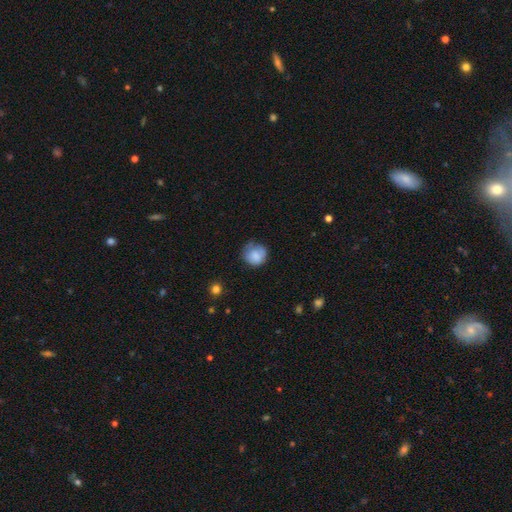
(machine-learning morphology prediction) This is clearly a smooth galaxy (80%). How rounded: clearly round (86%). Merging: likely none (61%).